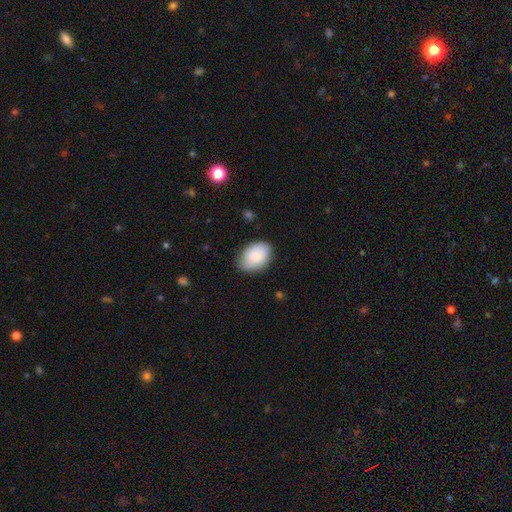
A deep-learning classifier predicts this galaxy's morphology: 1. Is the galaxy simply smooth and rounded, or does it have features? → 85% smooth, 9% featured or disk, 6% star or artifact.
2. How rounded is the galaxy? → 82% in between, 17% round, 1% cigar-shaped.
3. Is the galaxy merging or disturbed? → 77% none, 18% minor disturbance, 3% major disturbance, 1% merger.